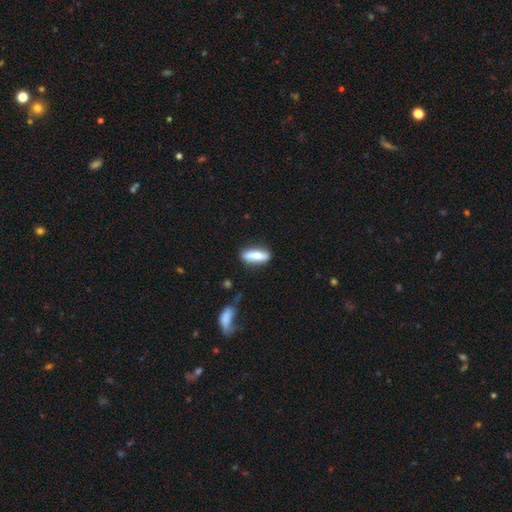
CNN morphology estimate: smooth_or_featured: smooth (p=0.70) [alt: featured or disk p=0.24]
how_rounded: cigar-shaped (p=0.57) [alt: in between p=0.40]
merging: none (p=0.79) [alt: minor disturbance p=0.13]